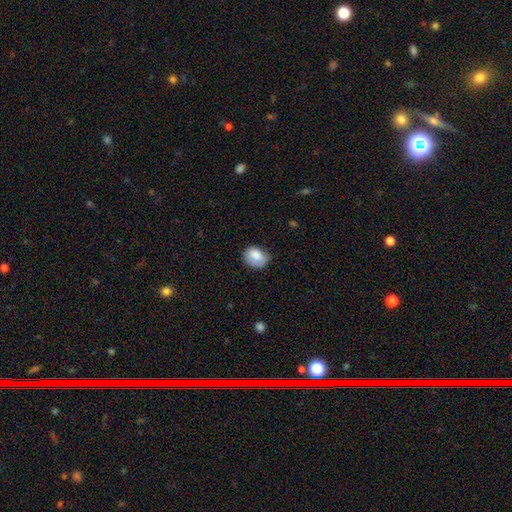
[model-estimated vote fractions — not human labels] Smooth or featured: smooth — 82% (featured or disk — 11%)
How rounded: in between — 57% (round — 42%)
Merging: none — 55% (minor disturbance — 34%)